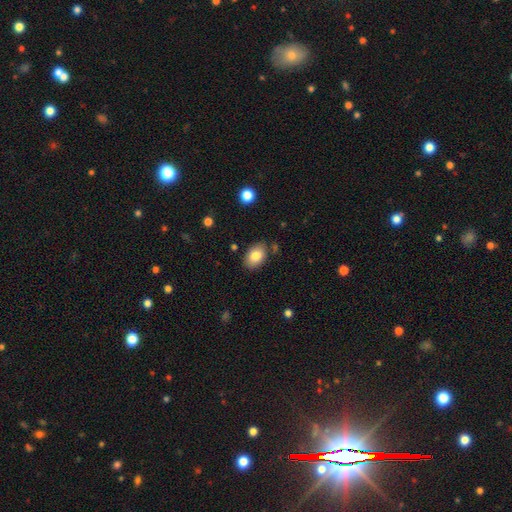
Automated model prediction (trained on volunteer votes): smooth_or_featured: smooth (p=0.82) [alt: featured or disk p=0.10]
how_rounded: in between (p=0.85) [alt: round p=0.14]
merging: none (p=0.82) [alt: minor disturbance p=0.13]